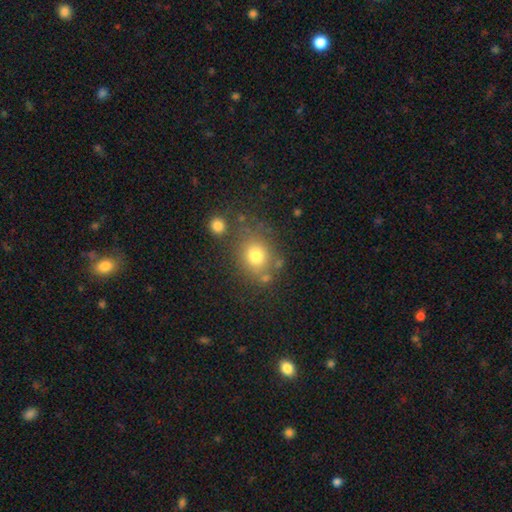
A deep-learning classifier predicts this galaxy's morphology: smooth-or-featured: smooth: 75% | star or artifact: 13% | featured or disk: 12%
  how-rounded: round: 64% | in between: 35% | cigar-shaped: 1%
  merging: none: 69% | minor disturbance: 15% | merger: 10% | major disturbance: 7%